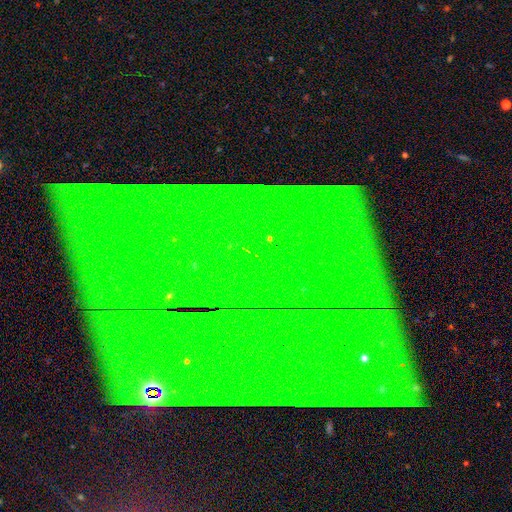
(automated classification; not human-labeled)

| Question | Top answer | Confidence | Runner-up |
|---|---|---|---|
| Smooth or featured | star or artifact | 83% | featured or disk (9%) |